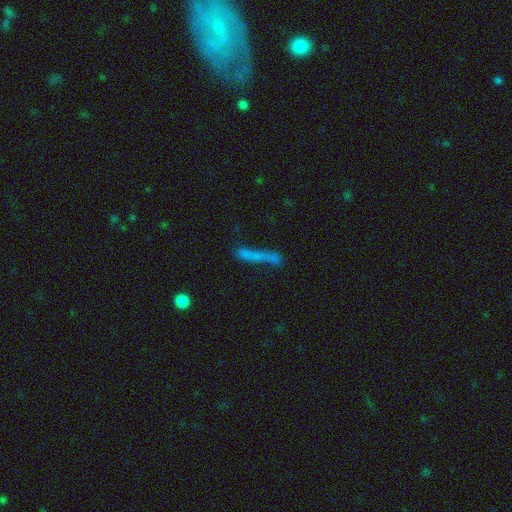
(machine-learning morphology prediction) Smooth or featured?
  - smooth: 56% *
  - featured or disk: 28%
  - star or artifact: 16%
How rounded?
  - cigar-shaped: 86% *
  - in between: 10%
  - round: 3%
Merging?
  - none: 49% *
  - merger: 18%
  - minor disturbance: 17%
  - major disturbance: 16%